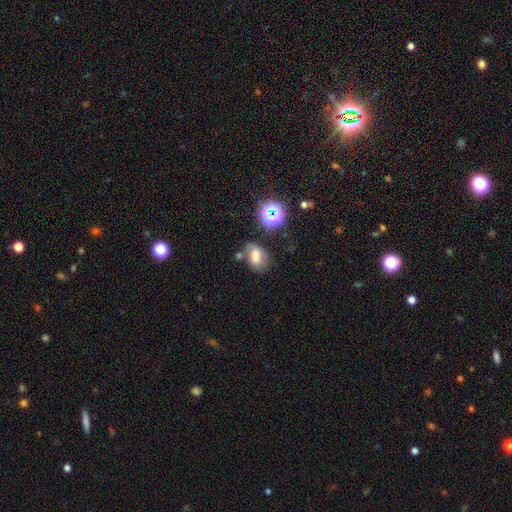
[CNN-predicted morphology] Smooth or featured?
  - smooth: 61% *
  - featured or disk: 22%
  - star or artifact: 17%
How rounded?
  - in between: 75% *
  - round: 23%
  - cigar-shaped: 1%
Merging?
  - none: 52% *
  - minor disturbance: 25%
  - merger: 12%
  - major disturbance: 12%